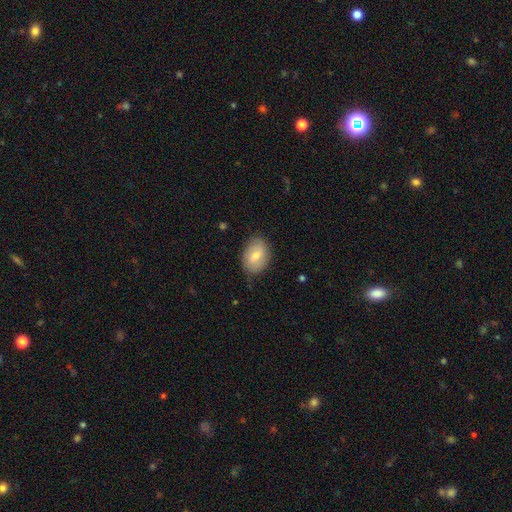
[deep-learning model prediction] smooth_or_featured: smooth (p=0.73) [alt: featured or disk p=0.21]
how_rounded: in between (p=0.80) [alt: round p=0.19]
merging: none (p=0.77) [alt: minor disturbance p=0.18]